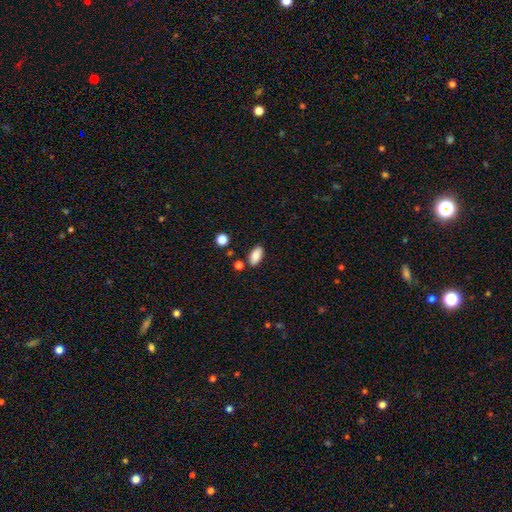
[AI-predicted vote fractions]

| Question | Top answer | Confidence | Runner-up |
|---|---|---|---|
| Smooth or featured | smooth | 86% | star or artifact (8%) |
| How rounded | in between | 91% | cigar-shaped (5%) |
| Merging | none | 83% | minor disturbance (10%) |